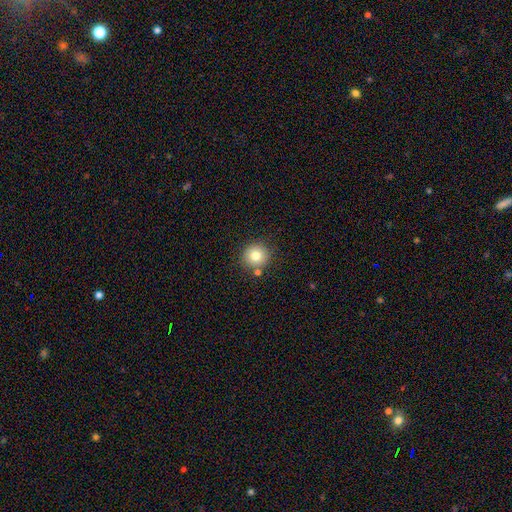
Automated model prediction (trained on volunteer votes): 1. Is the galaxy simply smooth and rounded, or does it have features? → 79% smooth, 11% star or artifact, 10% featured or disk.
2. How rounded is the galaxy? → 92% round, 7% in between, 1% cigar-shaped.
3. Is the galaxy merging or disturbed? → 80% none, 9% minor disturbance, 9% merger, 3% major disturbance.